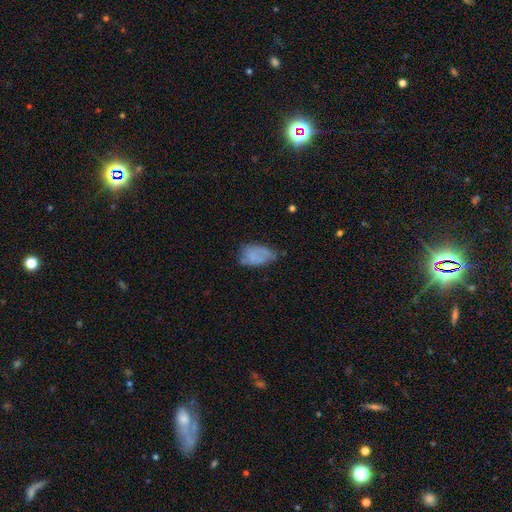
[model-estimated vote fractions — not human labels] Morphology: type=smooth (56%); roundness=in between (92%); merging=none (45%).